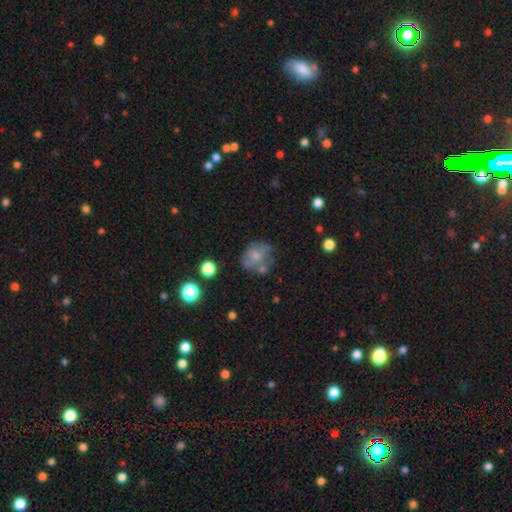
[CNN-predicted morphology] smooth 53%, featured or disk 36%, star or artifact 11%. Down the decision tree: how rounded — round (59%); merging — none (41%).